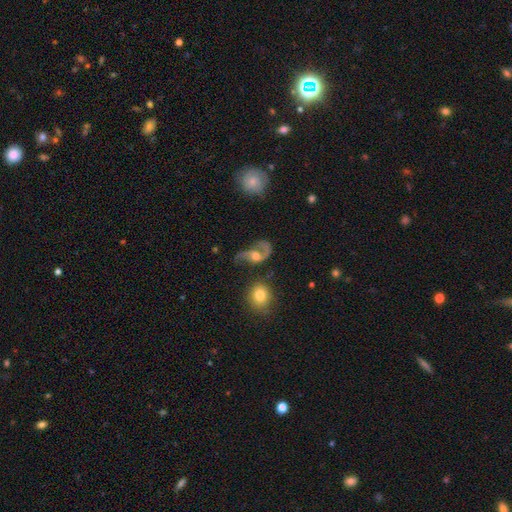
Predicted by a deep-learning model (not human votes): Q: Smooth or featured?
A: featured or disk (80%); runner-up: smooth (13%)
Q: Edge-on disk?
A: no (97%); runner-up: yes (3%)
Q: Bar?
A: no (59%); runner-up: weak (32%)
Q: Spiral arms?
A: yes (92%); runner-up: no (8%)
Q: Spiral winding?
A: loose (70%); runner-up: medium (25%)
Q: Spiral arm count?
A: 2 (79%); runner-up: 1 (15%)
Q: Bulge size?
A: moderate (62%); runner-up: small (21%)
Q: Merging?
A: none (43%); runner-up: major disturbance (31%)